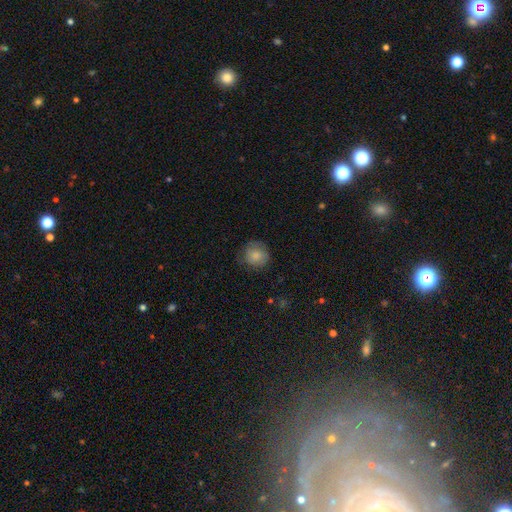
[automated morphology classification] This is clearly a smooth galaxy (80%). How rounded: clearly round (88%). Merging: likely none (72%).